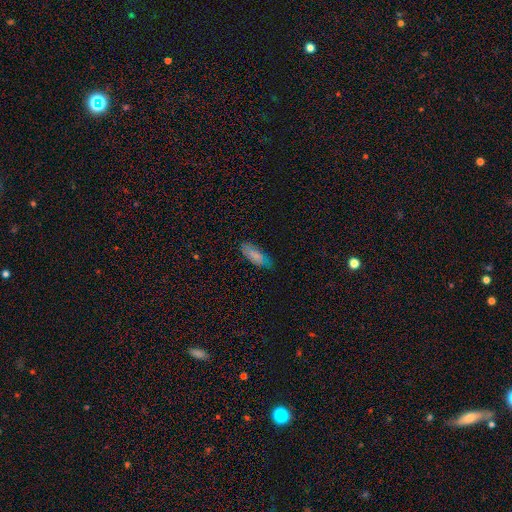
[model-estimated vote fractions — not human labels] Smooth or featured?
  - smooth: 75% *
  - featured or disk: 16%
  - star or artifact: 8%
How rounded?
  - in between: 68% *
  - cigar-shaped: 30%
  - round: 2%
Merging?
  - none: 76% *
  - minor disturbance: 19%
  - major disturbance: 4%
  - merger: 1%